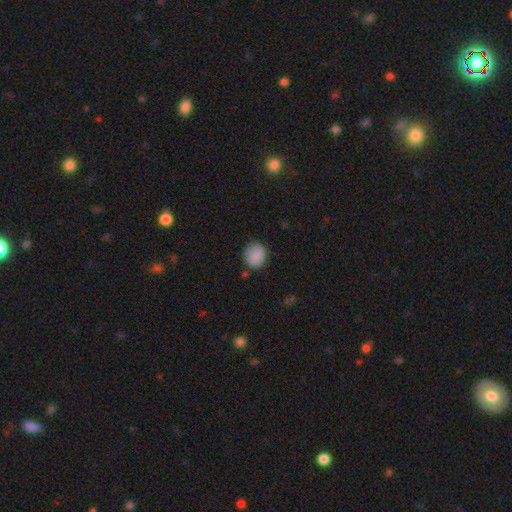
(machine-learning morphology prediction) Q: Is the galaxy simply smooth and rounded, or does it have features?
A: smooth — 86%.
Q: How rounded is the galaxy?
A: round — 71%.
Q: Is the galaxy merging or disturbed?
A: none — 80%.